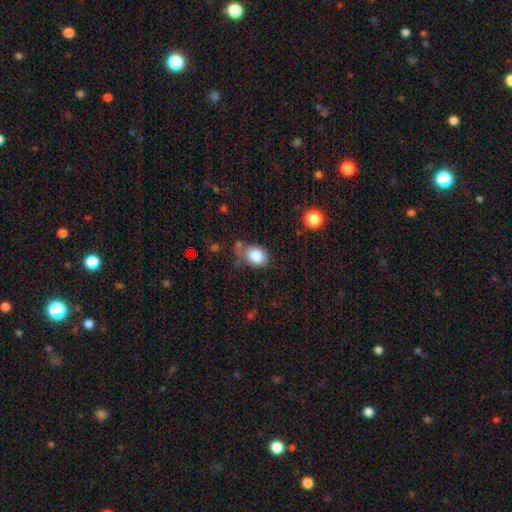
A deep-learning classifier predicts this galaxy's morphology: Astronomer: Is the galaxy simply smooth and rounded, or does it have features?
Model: smooth — 85%.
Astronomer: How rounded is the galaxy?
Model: in between — 61% (runner-up: round, 38%).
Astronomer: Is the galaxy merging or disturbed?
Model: none — 53%.